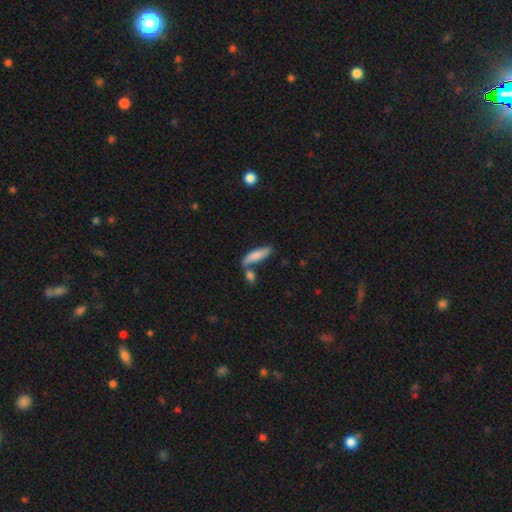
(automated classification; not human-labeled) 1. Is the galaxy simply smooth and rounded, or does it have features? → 77% smooth, 17% featured or disk, 6% star or artifact.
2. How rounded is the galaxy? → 59% cigar-shaped, 38% in between, 2% round.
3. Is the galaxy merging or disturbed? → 56% none, 24% merger, 15% minor disturbance, 5% major disturbance.